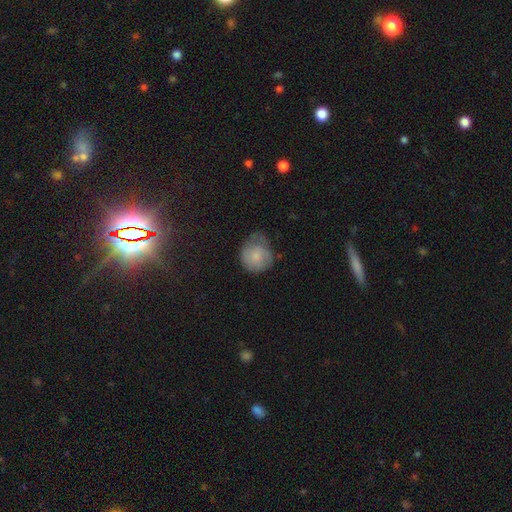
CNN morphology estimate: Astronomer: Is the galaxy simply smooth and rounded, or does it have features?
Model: smooth — 70%.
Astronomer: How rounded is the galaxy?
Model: round — 79%.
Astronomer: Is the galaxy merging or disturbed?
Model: minor disturbance — 41% (runner-up: none, 38%).